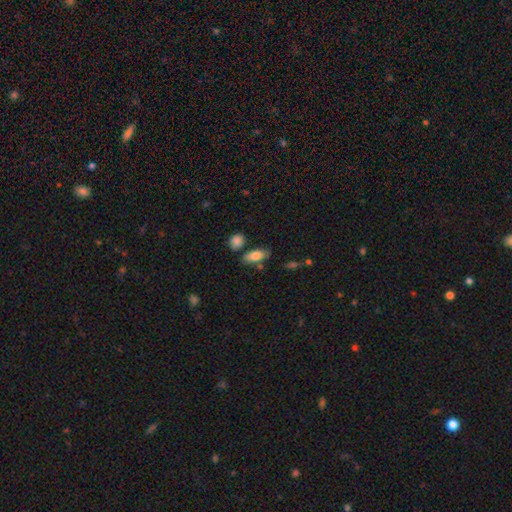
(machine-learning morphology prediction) This is likely a smooth galaxy (79%). How rounded: clearly in between (84%). Merging: likely none (69%).